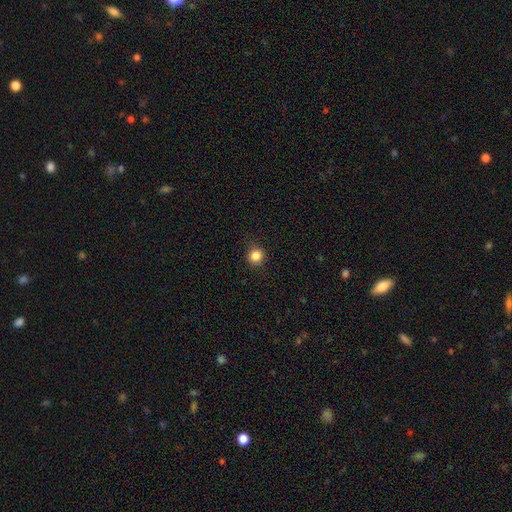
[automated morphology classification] This appears to be a smooth galaxy with no disk features (85%) that is round (92%). Merging: none (88%).